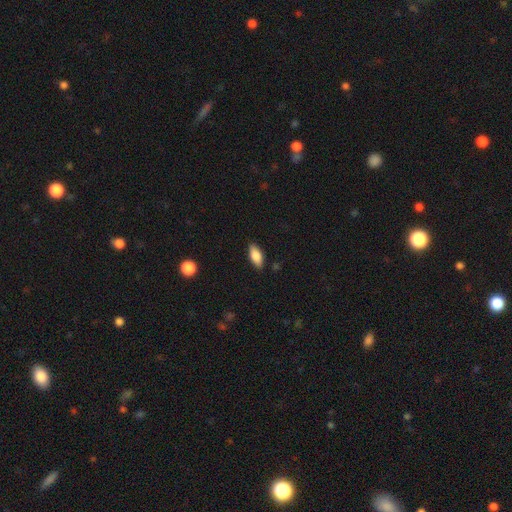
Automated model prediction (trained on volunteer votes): smooth-or-featured: smooth: 83% | featured or disk: 11% | star or artifact: 7%
  how-rounded: in between: 86% | cigar-shaped: 12% | round: 3%
  merging: none: 86% | minor disturbance: 10% | major disturbance: 2% | merger: 1%